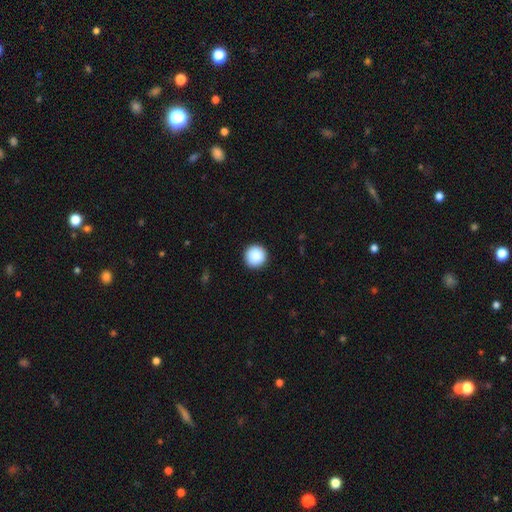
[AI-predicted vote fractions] Smooth or featured: smooth — 89% (star or artifact — 8%)
How rounded: round — 96% (in between — 3%)
Merging: none — 92% (minor disturbance — 5%)